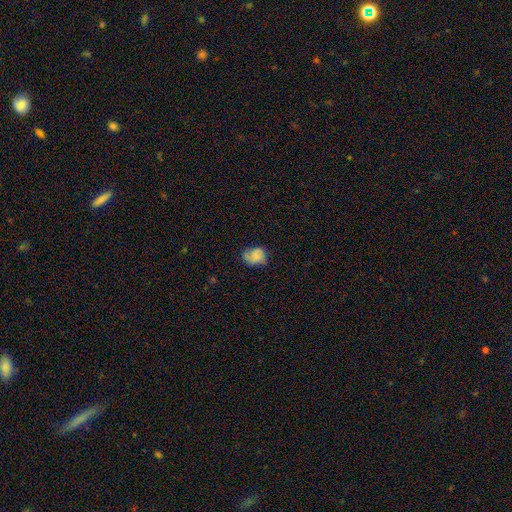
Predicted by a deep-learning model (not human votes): smooth-or-featured: smooth: 61% | featured or disk: 30% | star or artifact: 9%
  how-rounded: in between: 56% | round: 43% | cigar-shaped: 1%
  merging: none: 59% | minor disturbance: 29% | major disturbance: 10% | merger: 2%